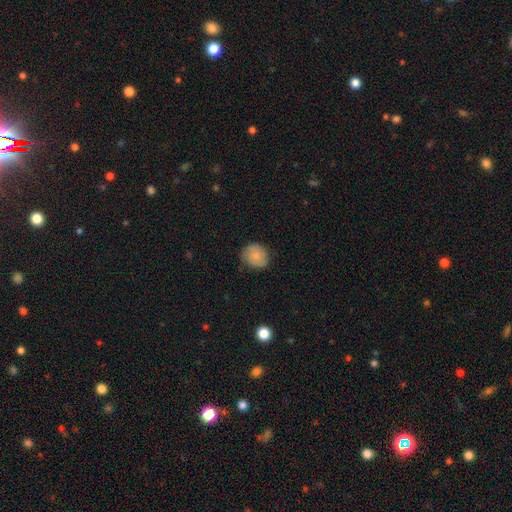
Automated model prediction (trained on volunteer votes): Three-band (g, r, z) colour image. It shows a smooth galaxy with no disk features (76%) that is round (75%). Merging: none (67%).